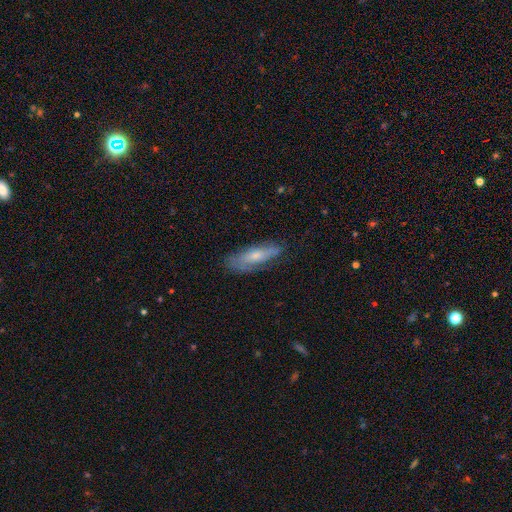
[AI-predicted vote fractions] Smooth or featured? smooth (50%)
How rounded? in between (50%)
Merging? none (71%)